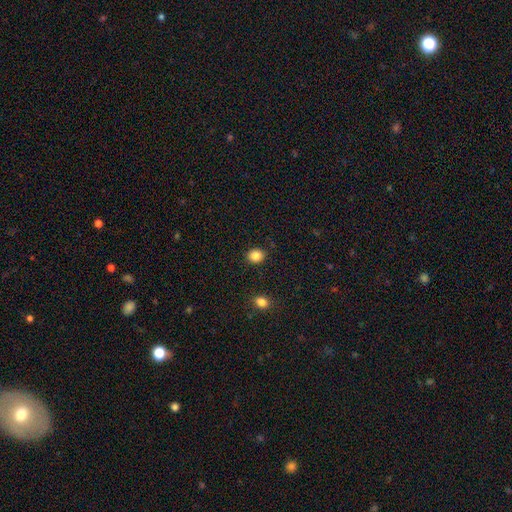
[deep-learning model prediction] smooth_or_featured: smooth (p=0.85) [alt: star or artifact p=0.10]
how_rounded: round (p=0.70) [alt: in between p=0.29]
merging: none (p=0.88) [alt: minor disturbance p=0.08]